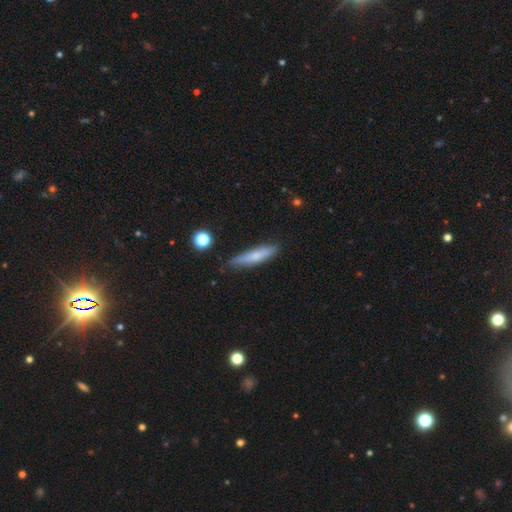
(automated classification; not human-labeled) Overall: smooth (69%). How rounded: cigar-shaped (85%). Merging: none (81%).